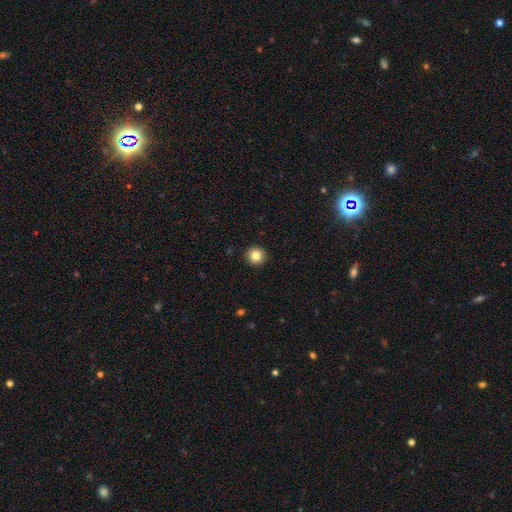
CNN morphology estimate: Smooth or featured? Predicted: smooth (p=0.83). How rounded? Predicted: round (p=0.95). Merging? Predicted: none (p=0.93).